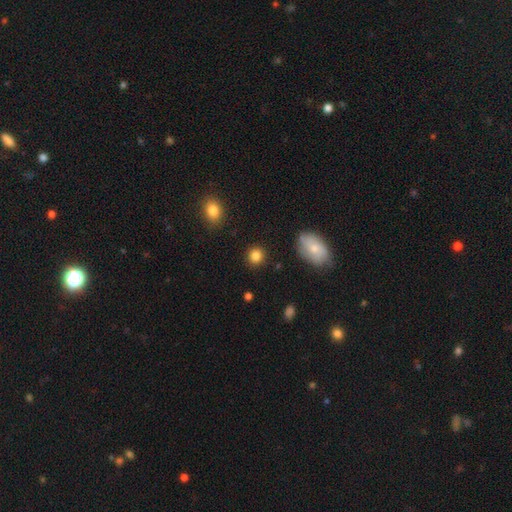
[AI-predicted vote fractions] This is clearly a smooth galaxy (85%). How rounded: clearly round (87%). Merging: clearly none (89%).